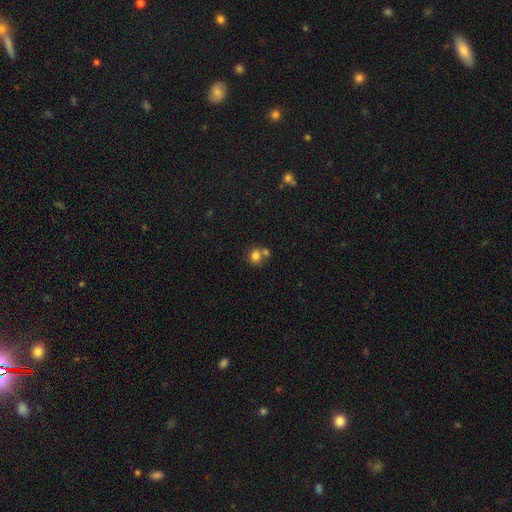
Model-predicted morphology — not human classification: Smooth or featured: smooth — 80% (star or artifact — 12%)
How rounded: round — 78% (in between — 21%)
Merging: none — 53% (merger — 35%)